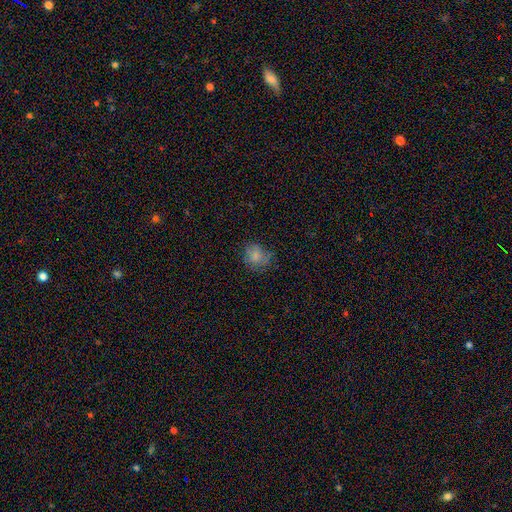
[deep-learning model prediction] smooth 77%, star or artifact 12%, featured or disk 11%. Down the decision tree: how rounded — round (70%); merging — none (64%).